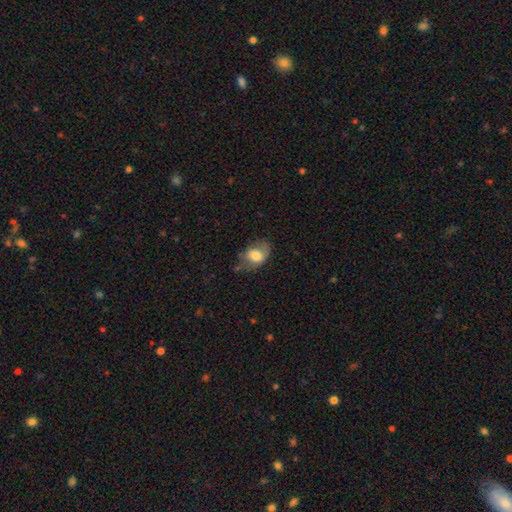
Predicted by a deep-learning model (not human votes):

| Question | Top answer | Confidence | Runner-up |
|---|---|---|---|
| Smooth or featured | smooth | 69% | featured or disk (23%) |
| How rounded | in between | 77% | round (22%) |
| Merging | none | 45% | minor disturbance (34%) |